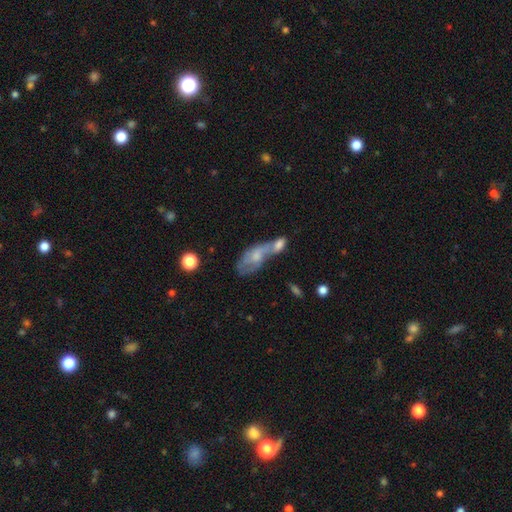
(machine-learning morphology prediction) A smooth galaxy with no disk features (49%). Merging: merger (61%).